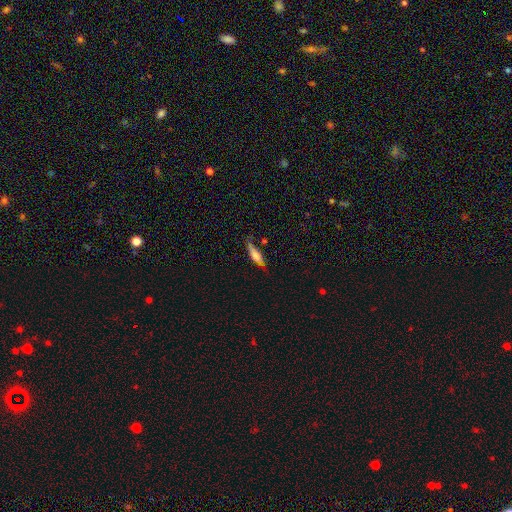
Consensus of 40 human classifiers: Morphology: type=smooth (60%); roundness=cigar-shaped (58%); merging=none (63%).